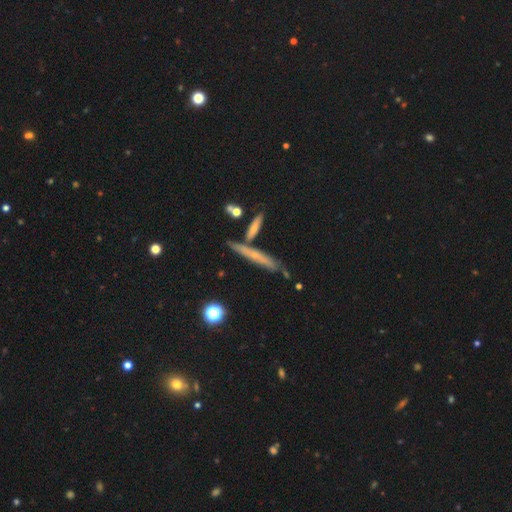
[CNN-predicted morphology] featured or disk 46%, smooth 45%, star or artifact 9%. Down the decision tree: merging — none (72%).